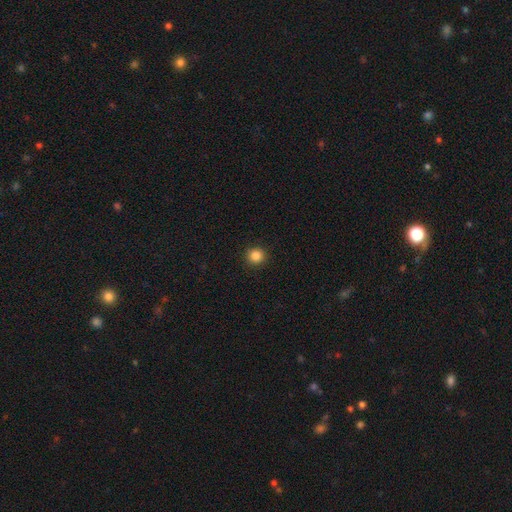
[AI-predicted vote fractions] This is clearly a smooth galaxy (85%). How rounded: clearly round (94%). Merging: clearly none (93%).